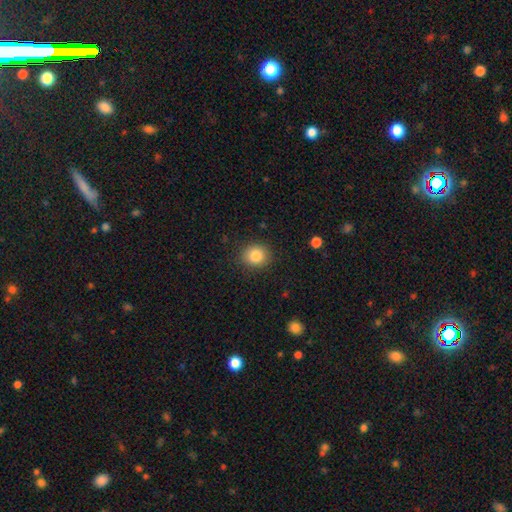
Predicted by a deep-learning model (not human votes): smooth-or-featured: smooth: 84% | star or artifact: 10% | featured or disk: 6%
  how-rounded: round: 78% | in between: 21% | cigar-shaped: 1%
  merging: none: 88% | minor disturbance: 8% | major disturbance: 3% | merger: 1%